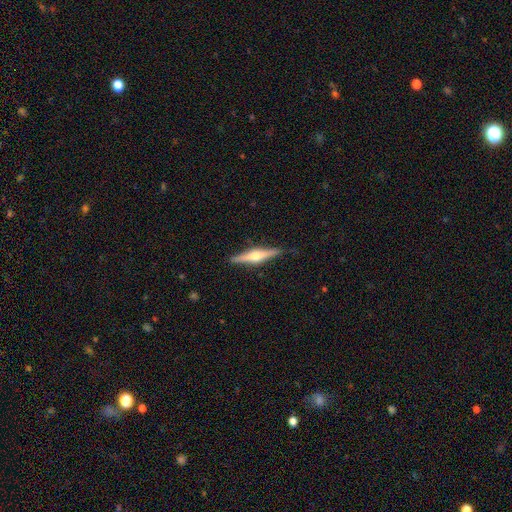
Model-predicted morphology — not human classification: Smooth or featured? Predicted: featured or disk (p=0.75). Edge-on disk? Predicted: yes (p=0.98). Edge-on bulge? Predicted: rounded (p=0.92). Merging? Predicted: none (p=0.89).